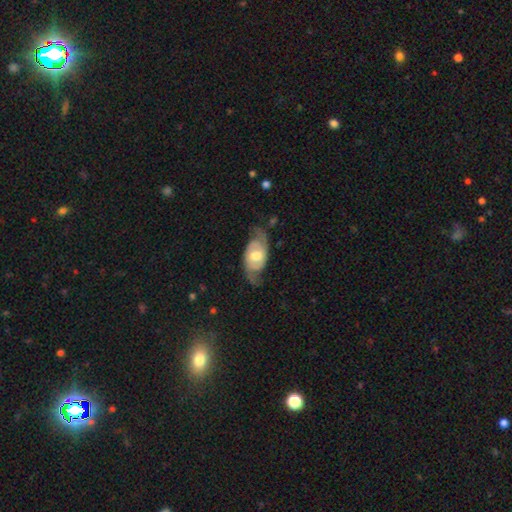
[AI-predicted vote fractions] This appears to be a featured or disk galaxy (74%) with no bar (51%), 2 (85%) medium (43%) spiral arms (87%) and a moderate central bulge (69%). Merging: none (61%).